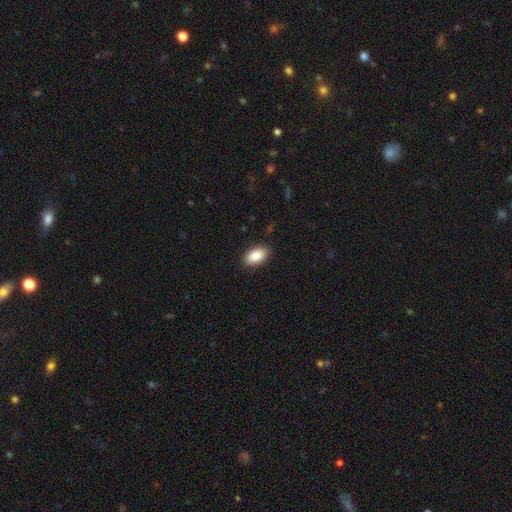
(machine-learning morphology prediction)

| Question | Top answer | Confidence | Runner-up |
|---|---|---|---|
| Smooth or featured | smooth | 88% | star or artifact (7%) |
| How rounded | in between | 94% | round (4%) |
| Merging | none | 89% | minor disturbance (8%) |